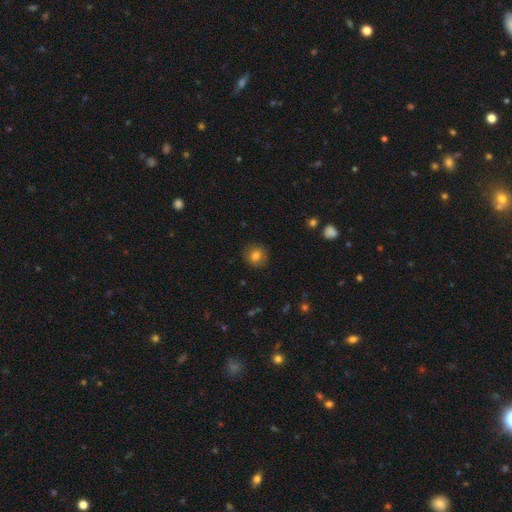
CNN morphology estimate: smooth_or_featured: smooth (p=0.82) [alt: star or artifact p=0.11]
how_rounded: round (p=0.91) [alt: in between p=0.08]
merging: none (p=0.89) [alt: minor disturbance p=0.08]